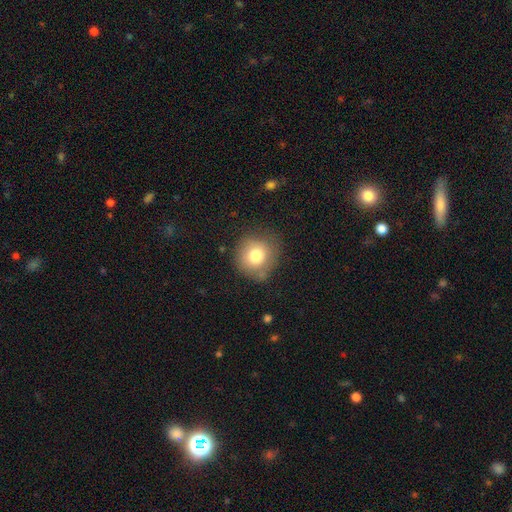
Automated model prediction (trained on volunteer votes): This is likely a smooth galaxy (78%). How rounded: clearly round (89%). Merging: likely none (74%).